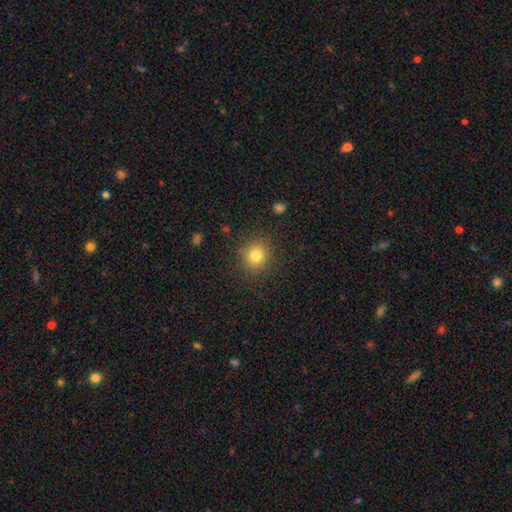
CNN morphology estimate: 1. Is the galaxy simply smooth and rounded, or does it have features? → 80% smooth, 13% star or artifact, 7% featured or disk.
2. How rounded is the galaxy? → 87% round, 12% in between, 1% cigar-shaped.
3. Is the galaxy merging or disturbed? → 87% none, 9% minor disturbance, 3% major disturbance, 1% merger.